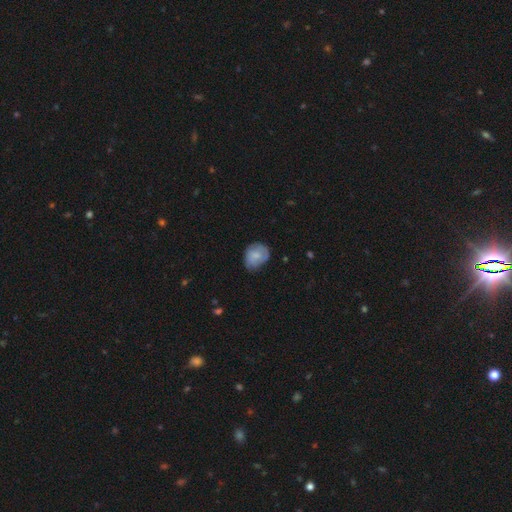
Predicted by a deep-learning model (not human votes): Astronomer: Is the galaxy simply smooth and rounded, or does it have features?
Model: smooth — 59%.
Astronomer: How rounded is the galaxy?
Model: round — 55% (runner-up: in between, 44%).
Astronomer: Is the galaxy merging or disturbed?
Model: none — 59%.